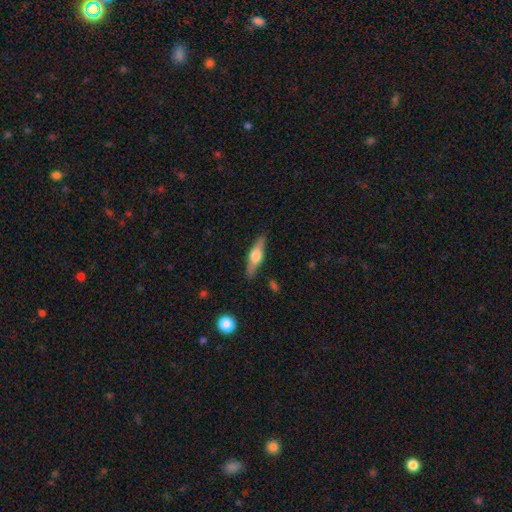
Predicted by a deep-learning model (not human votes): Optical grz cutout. It shows a featured or disk galaxy (61%) viewed edge-on (95%) with a rounded central bulge (93%). Merging: none (87%).